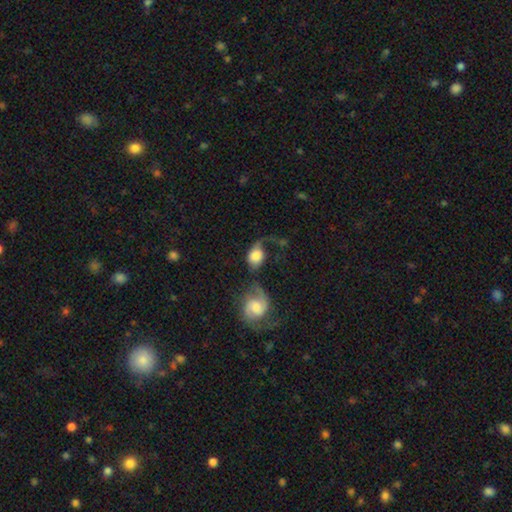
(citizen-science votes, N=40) Q: Smooth or featured?
A: smooth (55%); runner-up: featured or disk (38%)
Q: How rounded?
A: in between (73%); runner-up: round (23%)
Q: Merging?
A: major disturbance (38%); runner-up: merger (32%)